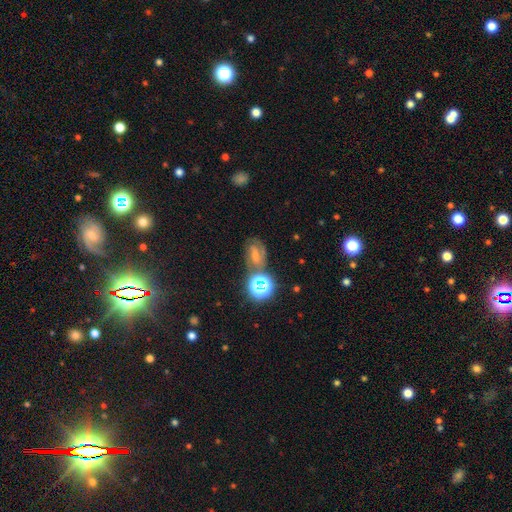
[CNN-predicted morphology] A featured or disk galaxy (42%). Merging: none (57%).